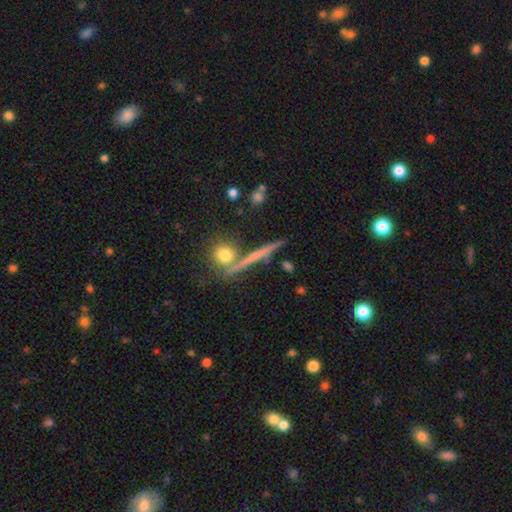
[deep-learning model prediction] The model was most divided on "smooth or featured": featured or disk: 49%, smooth: 41%, star or artifact: 10%. More confident: merging — none (78%).